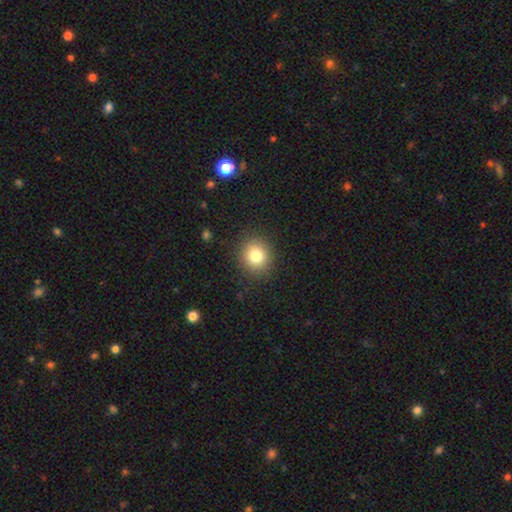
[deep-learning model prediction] Smooth or featured? smooth (81%)
How rounded? round (82%)
Merging? none (89%)